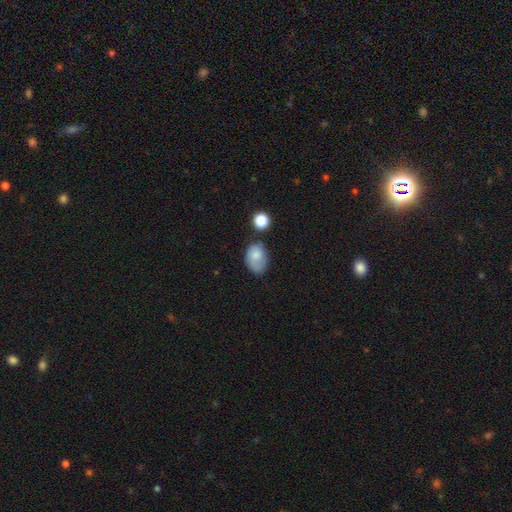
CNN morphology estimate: Smooth or featured?
  - smooth: 75% *
  - featured or disk: 16%
  - star or artifact: 9%
How rounded?
  - in between: 74% *
  - round: 25%
  - cigar-shaped: 1%
Merging?
  - none: 51% *
  - minor disturbance: 32%
  - major disturbance: 10%
  - merger: 7%